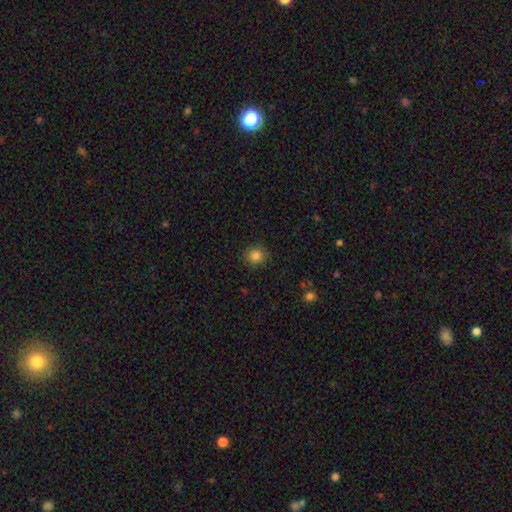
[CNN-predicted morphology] smooth 84%, star or artifact 11%, featured or disk 4%. Down the decision tree: how rounded — round (90%); merging — none (90%).